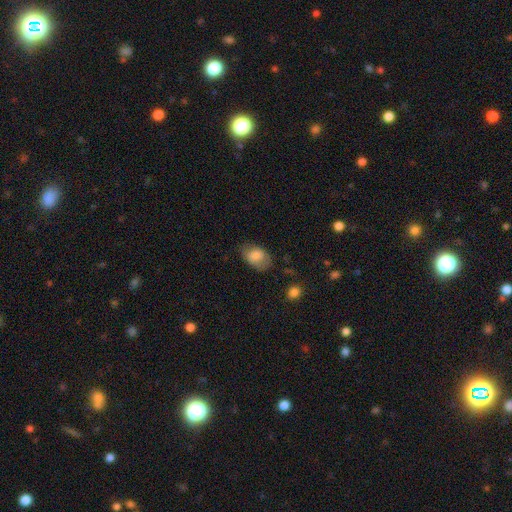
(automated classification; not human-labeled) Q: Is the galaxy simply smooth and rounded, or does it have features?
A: smooth — 79%.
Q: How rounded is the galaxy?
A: in between — 85%.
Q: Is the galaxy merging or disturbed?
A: none — 62%.